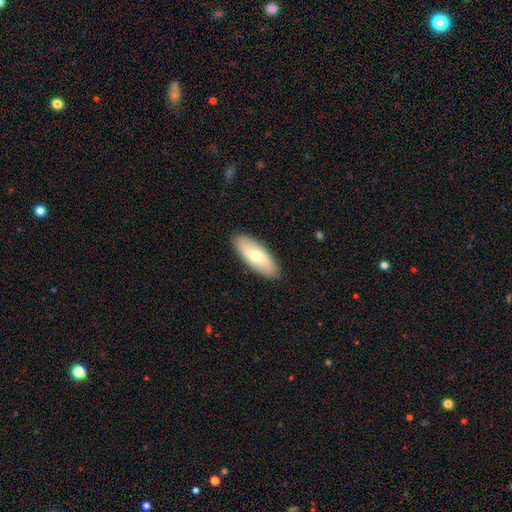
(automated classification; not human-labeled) Smooth or featured?
  - smooth: 58% *
  - featured or disk: 37%
  - star or artifact: 5%
How rounded?
  - in between: 73% *
  - cigar-shaped: 24%
  - round: 3%
Merging?
  - none: 90% *
  - minor disturbance: 7%
  - major disturbance: 2%
  - merger: 1%